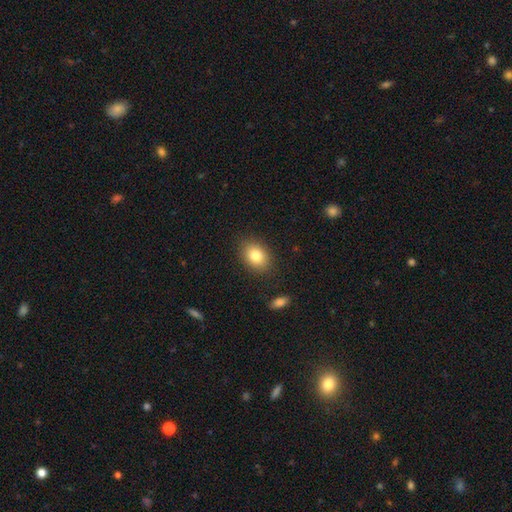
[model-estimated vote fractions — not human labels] Overall: smooth (82%). How rounded: in between (72%). Merging: none (86%).